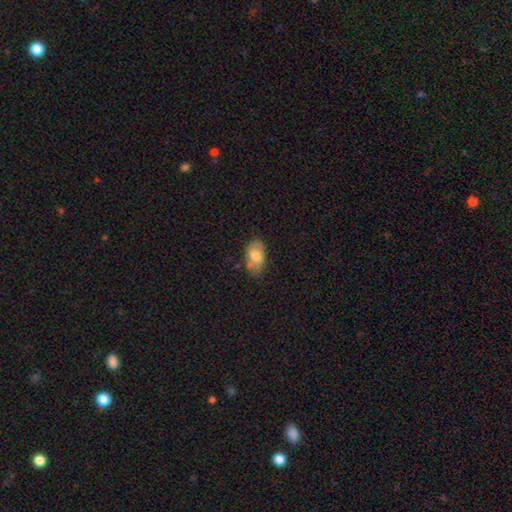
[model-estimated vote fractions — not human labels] smooth 69%, featured or disk 23%, star or artifact 7%. Down the decision tree: how rounded — in between (91%); merging — none (62%).